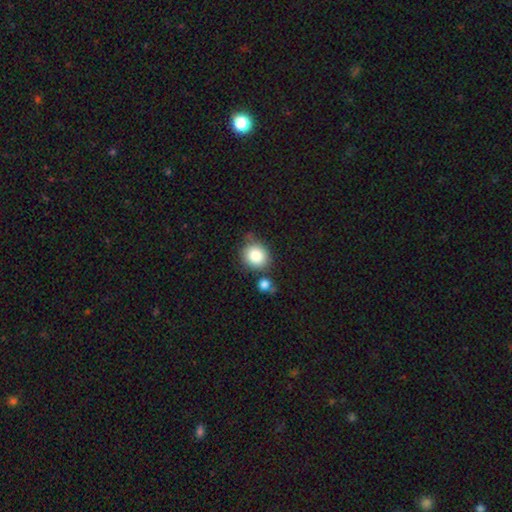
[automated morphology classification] Smooth or featured: smooth — 86% (star or artifact — 8%)
How rounded: round — 77% (in between — 22%)
Merging: none — 66% (minor disturbance — 16%)